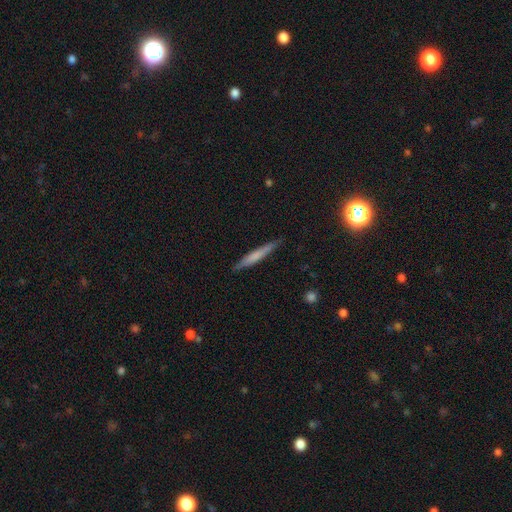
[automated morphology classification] This appears to be a smooth galaxy with no disk features (56%) that is cigar-shaped (95%). Merging: none (87%).